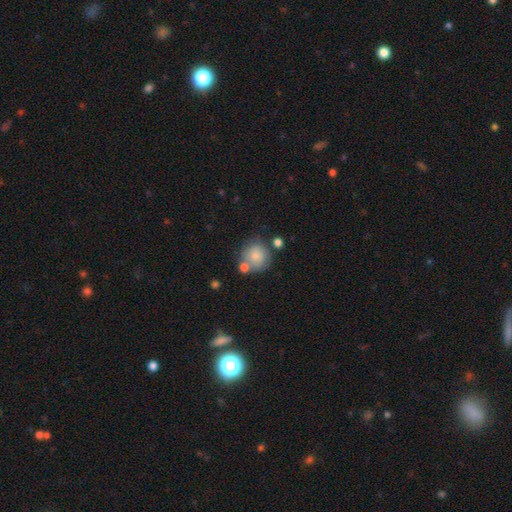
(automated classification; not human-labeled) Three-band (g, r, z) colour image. It shows a smooth galaxy with no disk features (79%) that is round (89%). Merging: none (60%).